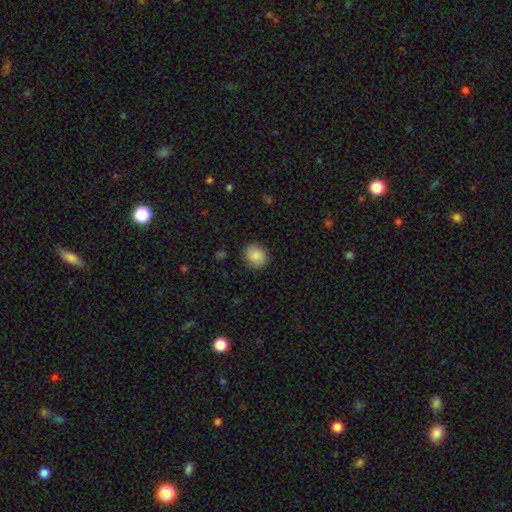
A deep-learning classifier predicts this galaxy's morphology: smooth 88%, star or artifact 8%, featured or disk 4%. Down the decision tree: how rounded — round (65%); merging — none (86%).